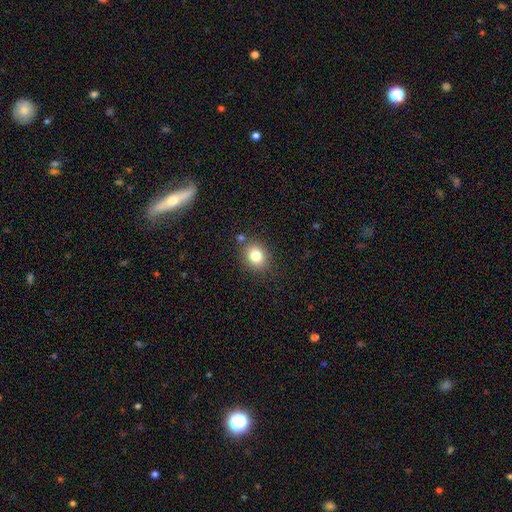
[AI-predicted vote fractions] Smooth or featured? smooth (80%)
How rounded? round (58%)
Merging? none (81%)